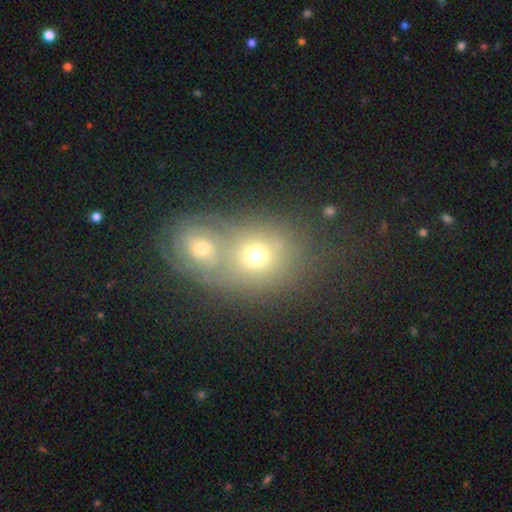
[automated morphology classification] This appears to be a smooth galaxy with no disk features (58%) that is round (59%). Merging: merger (62%).